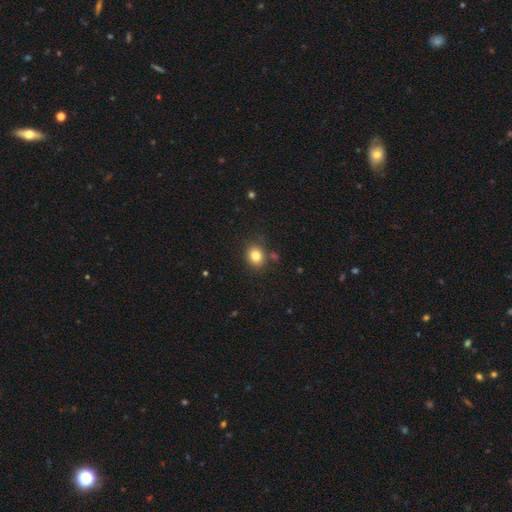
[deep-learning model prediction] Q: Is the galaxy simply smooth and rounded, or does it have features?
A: smooth — 82%.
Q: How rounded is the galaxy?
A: round — 64%.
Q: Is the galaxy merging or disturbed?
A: none — 82%.